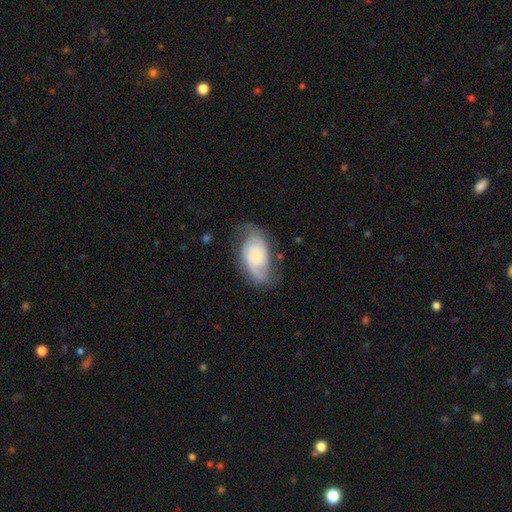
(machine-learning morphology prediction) The model was most divided on "spiral winding": medium: 42%, tight: 37%, loose: 21%. More confident: edge-on disk — no (96%); spiral arms — yes (92%); smooth or featured — featured or disk (73%); spiral arm count — 2 (72%); bar — no (72%); bulge size — small (63%); merging — none (61%).